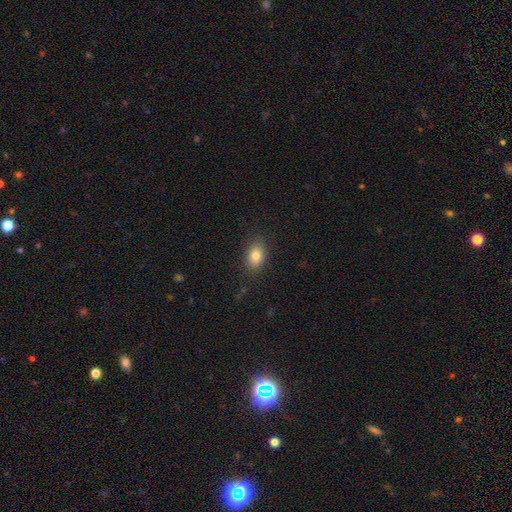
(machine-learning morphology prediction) Overall: smooth (82%). How rounded: in between (83%). Merging: none (86%).